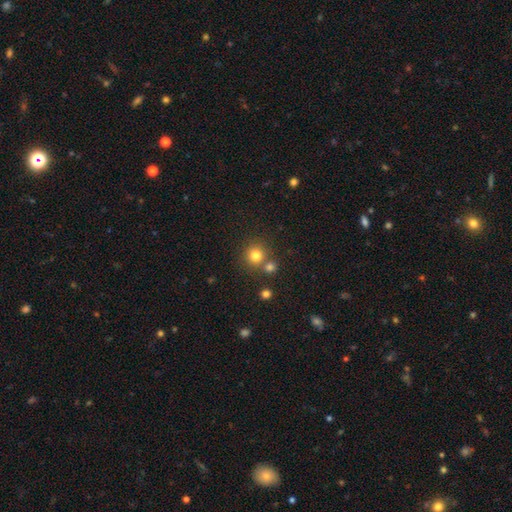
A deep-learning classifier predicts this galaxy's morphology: Overall: smooth (79%). How rounded: round (92%). Merging: none (69%).